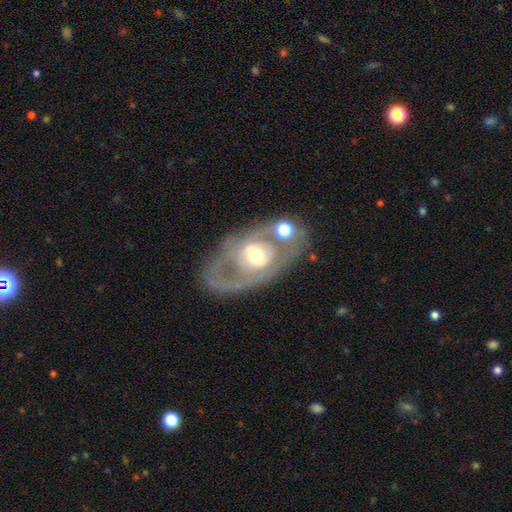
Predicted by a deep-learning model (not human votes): Smooth or featured?
  - featured or disk: 72% *
  - smooth: 22%
  - star or artifact: 6%
Edge-on disk?
  - no: 91% *
  - yes: 9%
Bar?
  - no: 68% *
  - weak: 22%
  - strong: 10%
Spiral arms?
  - no: 65% *
  - yes: 35%
Bulge size?
  - moderate: 68% *
  - small: 16%
  - large: 14%
  - dominant: 2%
  - none: 1%
Merging?
  - none: 61% *
  - minor disturbance: 17%
  - merger: 11%
  - major disturbance: 11%